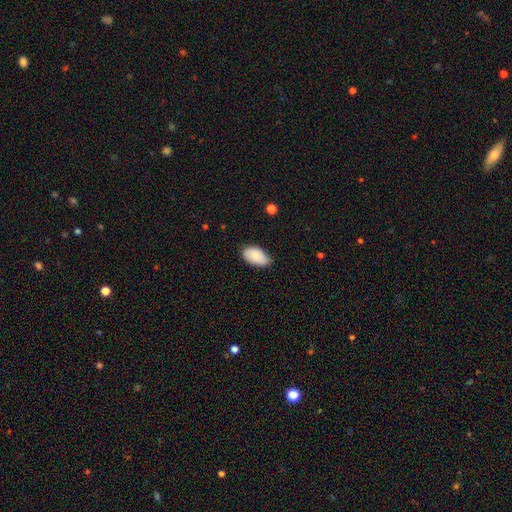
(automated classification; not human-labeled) smooth-or-featured: smooth: 85% | featured or disk: 8% | star or artifact: 7%
  how-rounded: in between: 95% | round: 4% | cigar-shaped: 2%
  merging: none: 72% | minor disturbance: 23% | major disturbance: 3% | merger: 1%